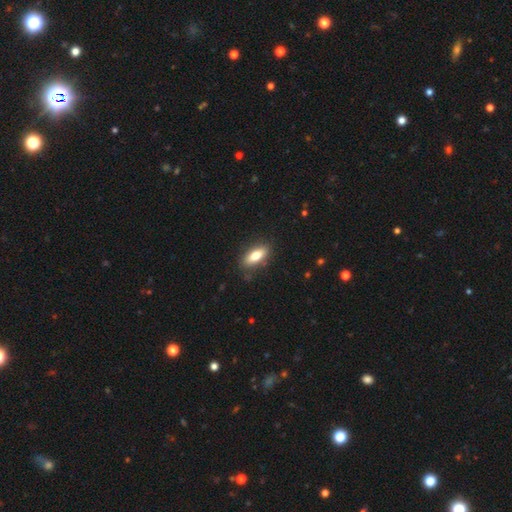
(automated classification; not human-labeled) Smooth or featured? Predicted: smooth (p=0.74). How rounded? Predicted: in between (p=0.75). Merging? Predicted: none (p=0.84).